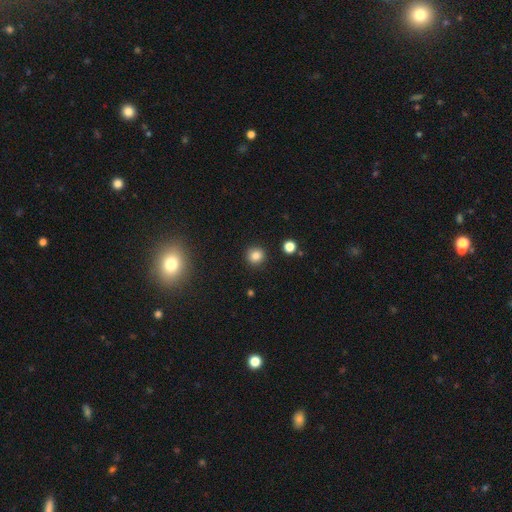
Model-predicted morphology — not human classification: Q: Smooth or featured?
A: smooth (83%); runner-up: star or artifact (13%)
Q: How rounded?
A: round (92%); runner-up: in between (7%)
Q: Merging?
A: none (90%); runner-up: minor disturbance (6%)